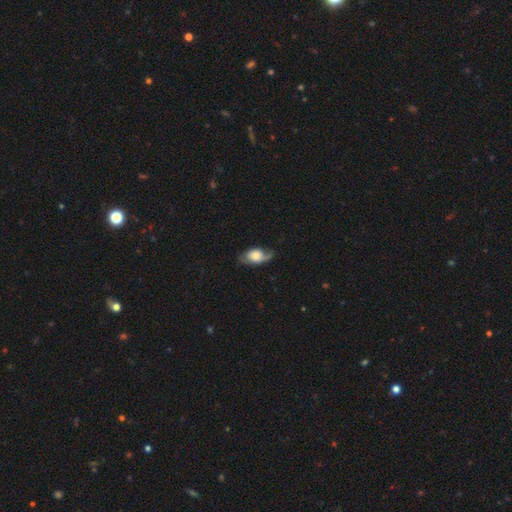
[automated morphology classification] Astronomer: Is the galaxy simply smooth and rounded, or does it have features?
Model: smooth — 47% (runner-up: featured or disk, 46%).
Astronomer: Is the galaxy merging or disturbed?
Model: none — 53% (runner-up: minor disturbance, 30%).